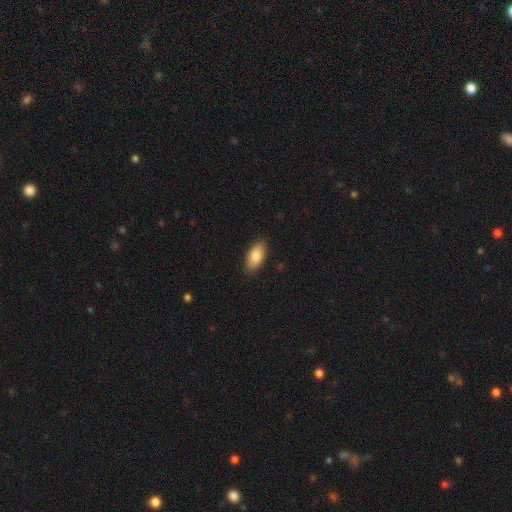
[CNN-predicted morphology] A smooth galaxy with no disk features (85%) that is in between round and cigar-shaped (90%). Merging: none (88%).